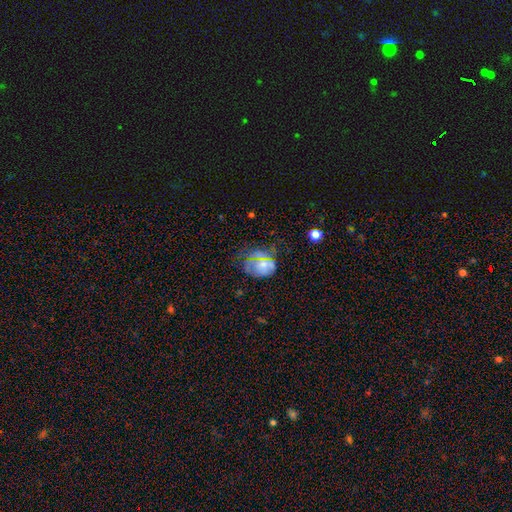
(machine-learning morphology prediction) This is marginally a featured or disk galaxy (39%). Merging: possibly none (55%).